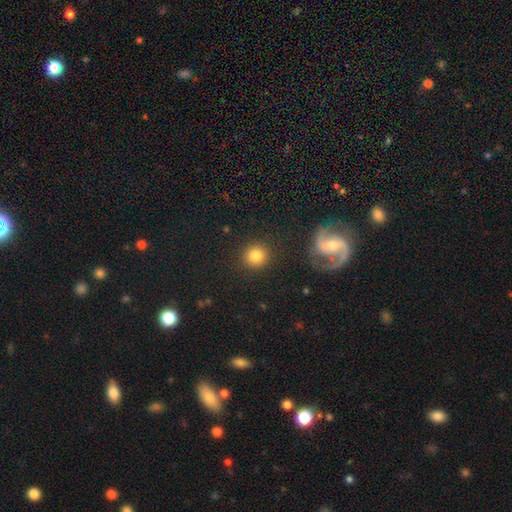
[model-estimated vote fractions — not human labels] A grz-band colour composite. It shows a smooth galaxy with no disk features (83%) that is round (88%). Merging: none (89%).